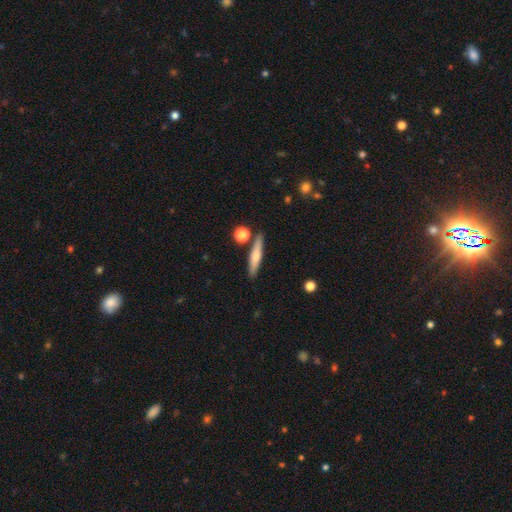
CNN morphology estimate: smooth_or_featured: smooth (p=0.59) [alt: featured or disk p=0.34]
how_rounded: cigar-shaped (p=0.87) [alt: in between p=0.10]
merging: none (p=0.84) [alt: minor disturbance p=0.09]